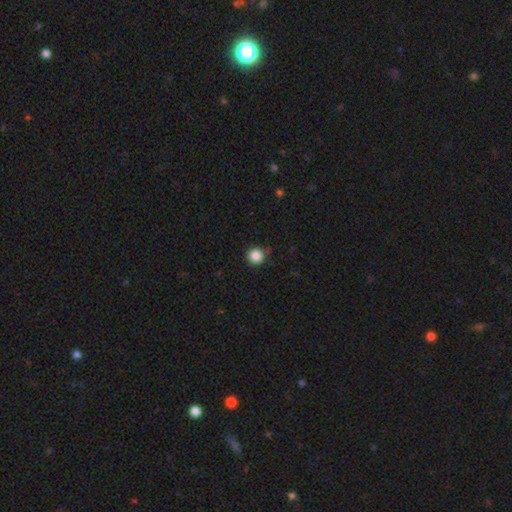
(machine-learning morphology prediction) The model was most divided on "merging": none: 85%, minor disturbance: 12%, major disturbance: 2%, merger: 1%. More confident: how rounded — round (95%); smooth or featured — smooth (86%).